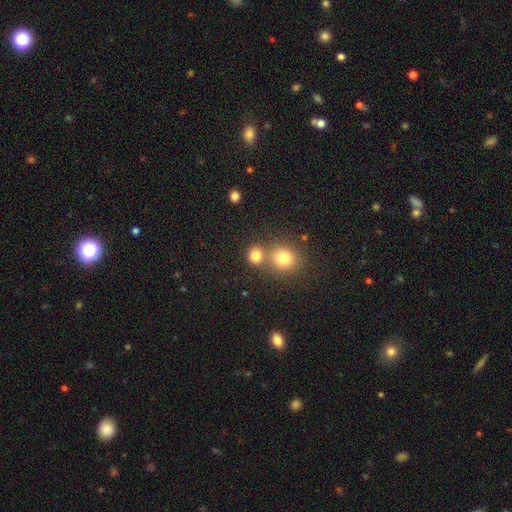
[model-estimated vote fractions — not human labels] Smooth or featured? Predicted: smooth (p=0.79). How rounded? Predicted: round (p=0.80). Merging? Predicted: none (p=0.57).